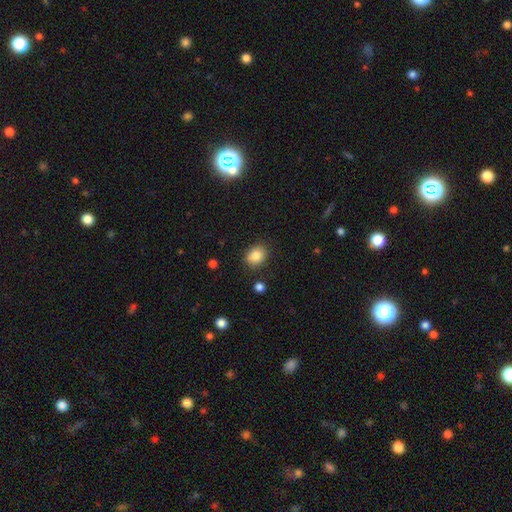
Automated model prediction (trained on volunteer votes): This appears to be a smooth galaxy with no disk features (85%) that is in between round and cigar-shaped (51%). Merging: none (83%).